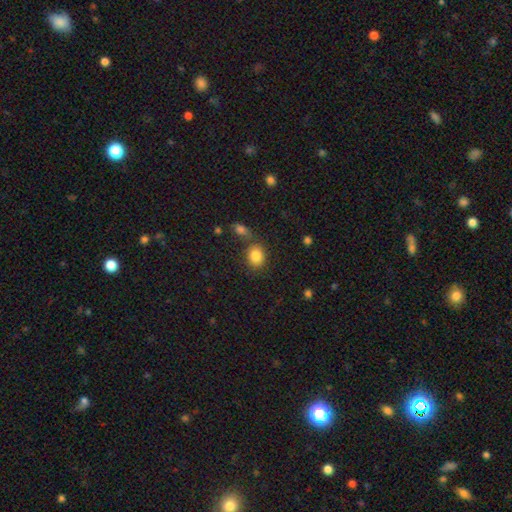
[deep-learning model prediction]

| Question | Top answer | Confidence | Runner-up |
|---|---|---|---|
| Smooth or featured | smooth | 84% | star or artifact (10%) |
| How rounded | round | 55% | in between (44%) |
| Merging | none | 70% | merger (14%) |